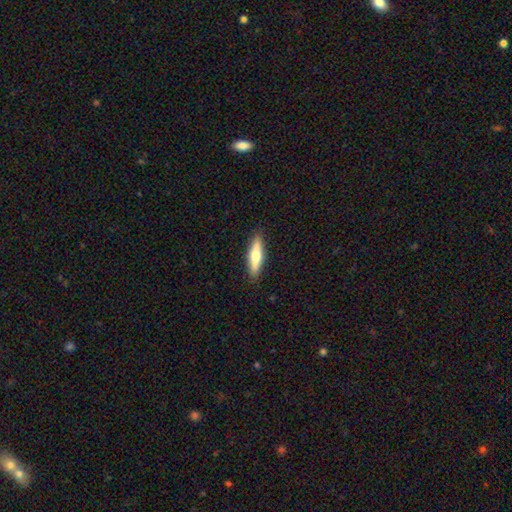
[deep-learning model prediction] The model was most divided on "smooth or featured": smooth: 60%, featured or disk: 34%, star or artifact: 6%. More confident: merging — none (89%); how rounded — cigar-shaped (73%).